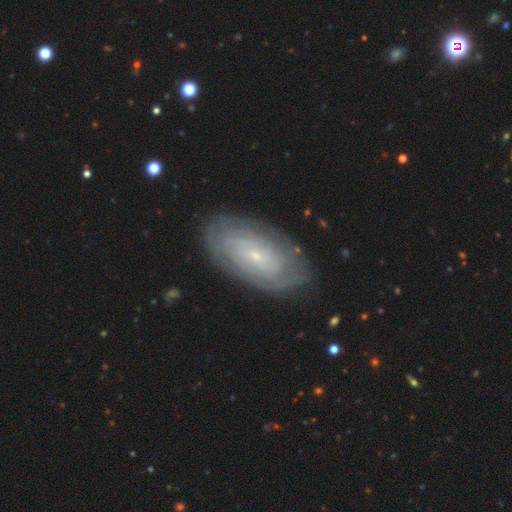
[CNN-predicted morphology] type=featured or disk (67%); edge-on=no (93%); bar=no (80%); spiral arms=yes (77%); bulge=small (87%); merging=none (82%).